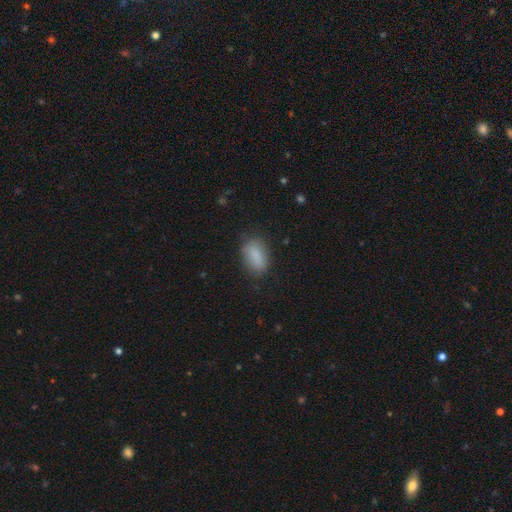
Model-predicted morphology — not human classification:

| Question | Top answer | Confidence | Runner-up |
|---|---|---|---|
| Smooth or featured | smooth | 86% | star or artifact (8%) |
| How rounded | in between | 89% | round (7%) |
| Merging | none | 76% | minor disturbance (17%) |